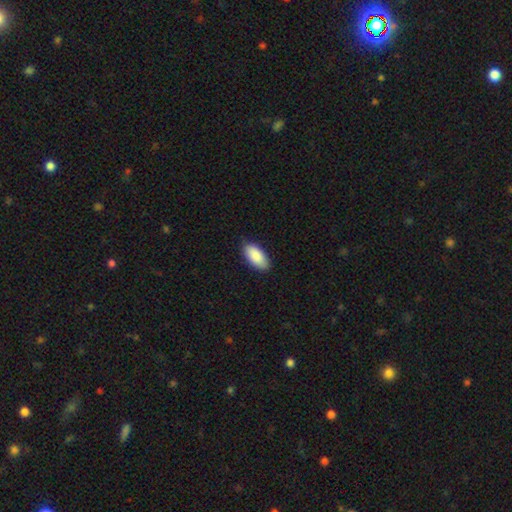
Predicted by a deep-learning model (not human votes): A smooth galaxy with no disk features (90%) that is in between round and cigar-shaped (93%). Merging: none (85%).